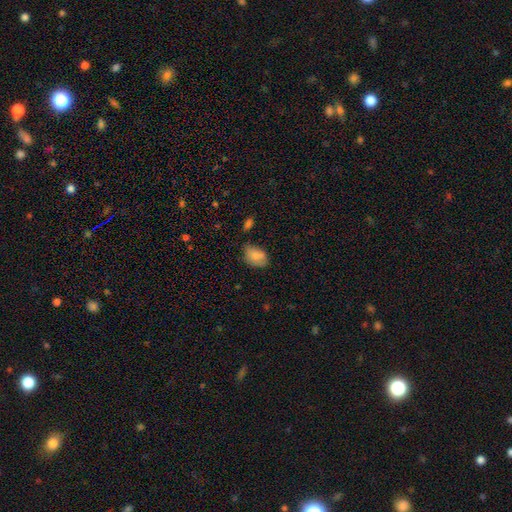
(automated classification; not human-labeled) A smooth galaxy with no disk features (82%) that is in between round and cigar-shaped (82%). Merging: none (57%).